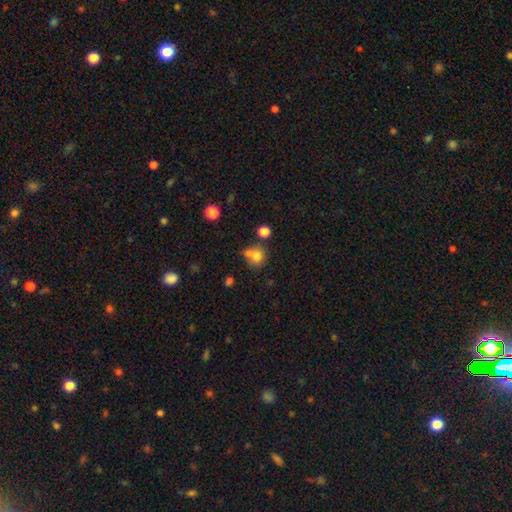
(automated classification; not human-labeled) This is likely a smooth galaxy (75%). How rounded: likely round (75%). Merging: marginally none (44%).